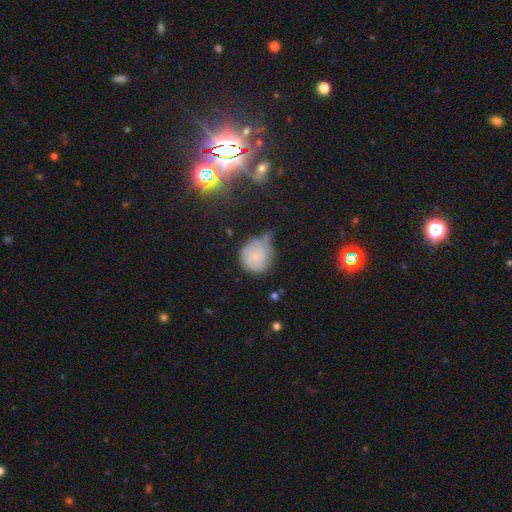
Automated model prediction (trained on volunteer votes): Smooth or featured? Predicted: smooth (p=0.54). How rounded? Predicted: round (p=0.82). Merging? Predicted: minor disturbance (p=0.40).